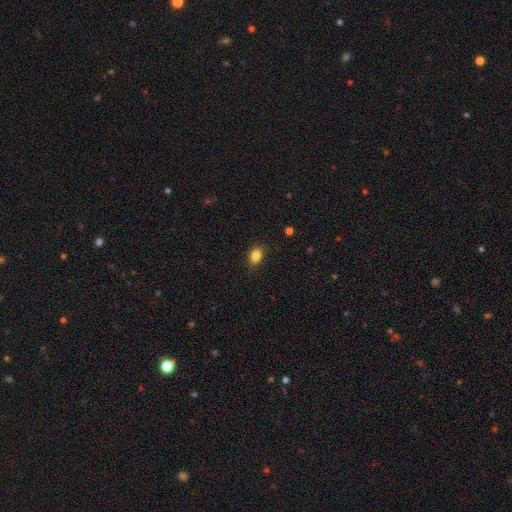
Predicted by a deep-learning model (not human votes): Smooth or featured?
  - smooth: 84% *
  - star or artifact: 10%
  - featured or disk: 6%
How rounded?
  - in between: 73% *
  - round: 25%
  - cigar-shaped: 2%
Merging?
  - none: 84% *
  - minor disturbance: 13%
  - major disturbance: 3%
  - merger: 1%